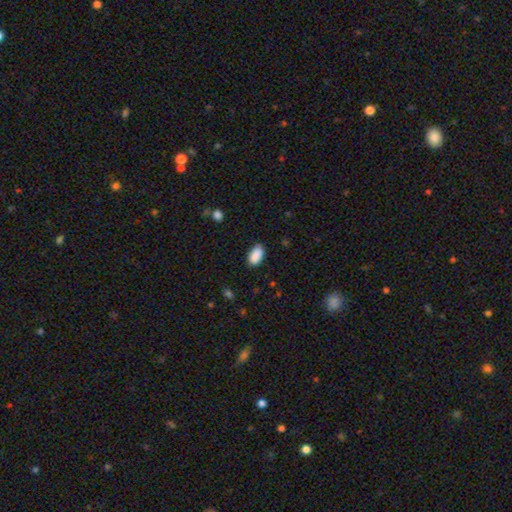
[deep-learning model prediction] Q: Smooth or featured?
A: smooth (90%); runner-up: star or artifact (7%)
Q: How rounded?
A: in between (94%); runner-up: round (4%)
Q: Merging?
A: none (83%); runner-up: minor disturbance (13%)